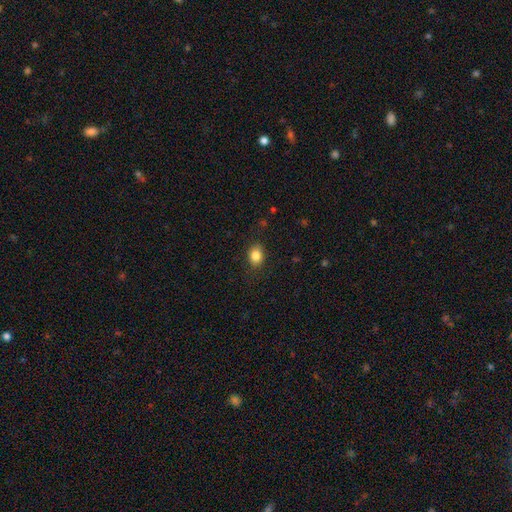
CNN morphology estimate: A smooth galaxy with no disk features (84%) that is in between round and cigar-shaped (60%). Merging: none (84%).